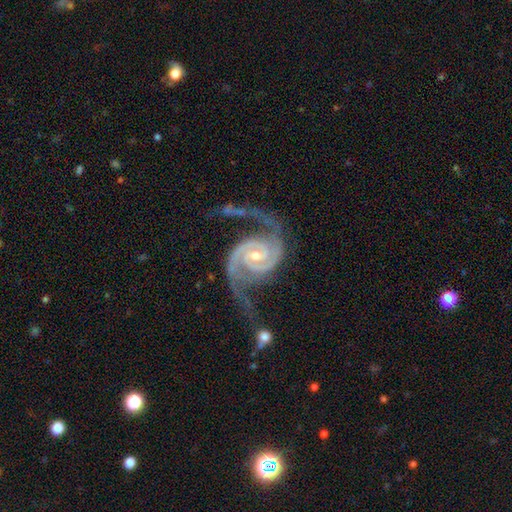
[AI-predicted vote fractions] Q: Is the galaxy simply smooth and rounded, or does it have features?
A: featured or disk — 94%.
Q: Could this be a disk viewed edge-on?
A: no — 98%.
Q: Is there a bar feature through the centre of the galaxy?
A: no — 47%.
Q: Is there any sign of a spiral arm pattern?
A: yes — 99%.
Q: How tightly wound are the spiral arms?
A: medium — 47%.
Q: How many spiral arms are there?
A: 2 — 90%.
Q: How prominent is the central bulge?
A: small — 53%.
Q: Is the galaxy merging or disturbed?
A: none — 50%.